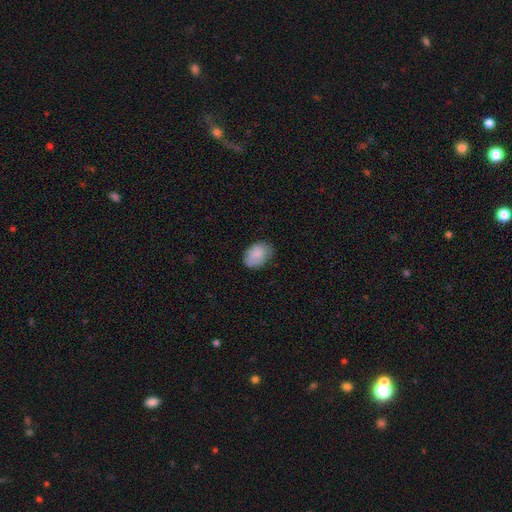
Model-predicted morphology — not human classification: smooth-or-featured: smooth: 86% | featured or disk: 8% | star or artifact: 7%
  how-rounded: in between: 81% | round: 18% | cigar-shaped: 1%
  merging: none: 69% | minor disturbance: 25% | major disturbance: 5% | merger: 1%